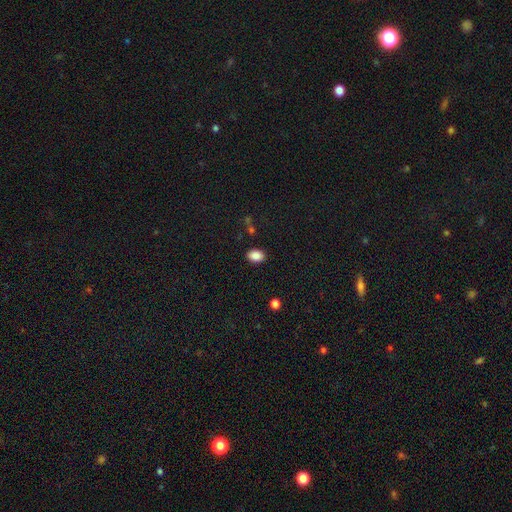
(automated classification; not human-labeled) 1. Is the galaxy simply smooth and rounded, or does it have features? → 87% smooth, 9% star or artifact, 4% featured or disk.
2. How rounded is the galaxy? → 79% in between, 20% round, 1% cigar-shaped.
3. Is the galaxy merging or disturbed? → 87% none, 9% minor disturbance, 2% major disturbance, 2% merger.